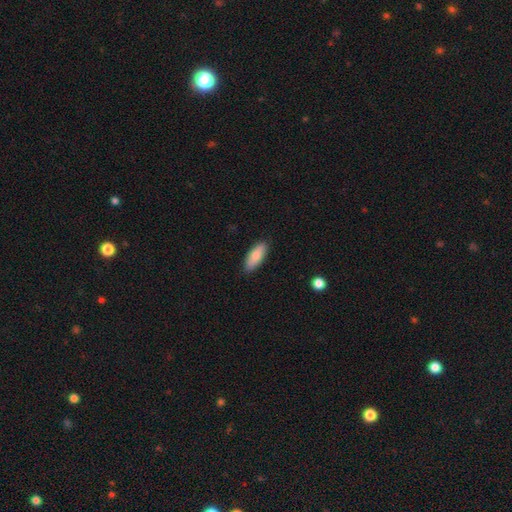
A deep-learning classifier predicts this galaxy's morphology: The model was most divided on "how rounded": in between: 71%, cigar-shaped: 27%, round: 2%. More confident: merging — none (86%); smooth or featured — smooth (82%).